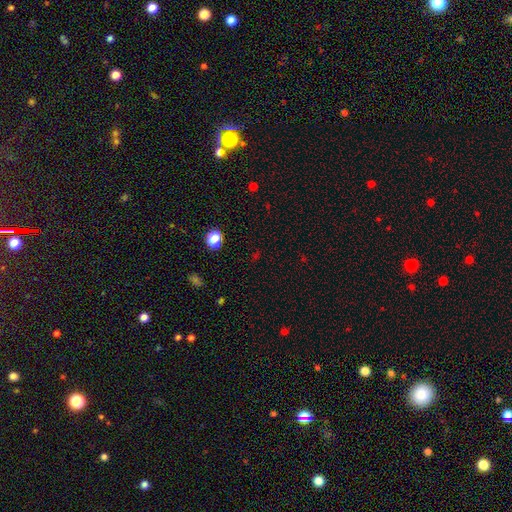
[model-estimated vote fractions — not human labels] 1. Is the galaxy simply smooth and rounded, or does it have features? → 61% star or artifact, 32% smooth, 7% featured or disk.